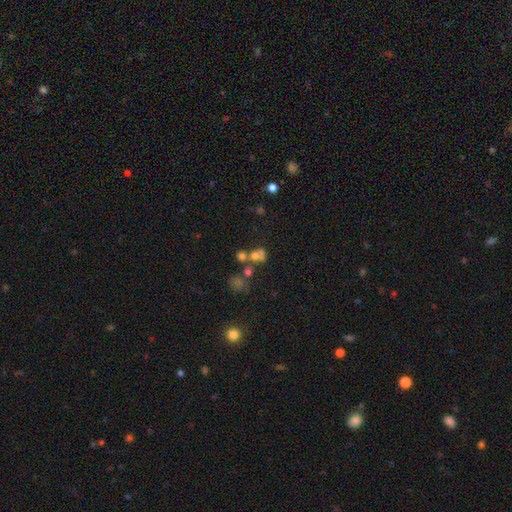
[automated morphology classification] A smooth galaxy with no disk features (57%) that is round (70%). Merging: merger (48%).